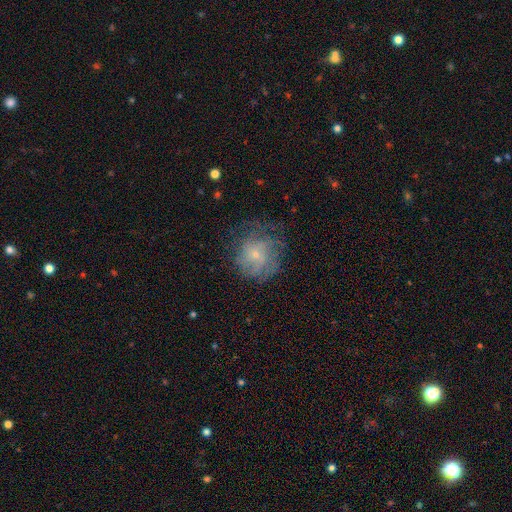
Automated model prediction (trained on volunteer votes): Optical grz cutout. It shows a featured or disk galaxy (50%). Merging: none (61%).